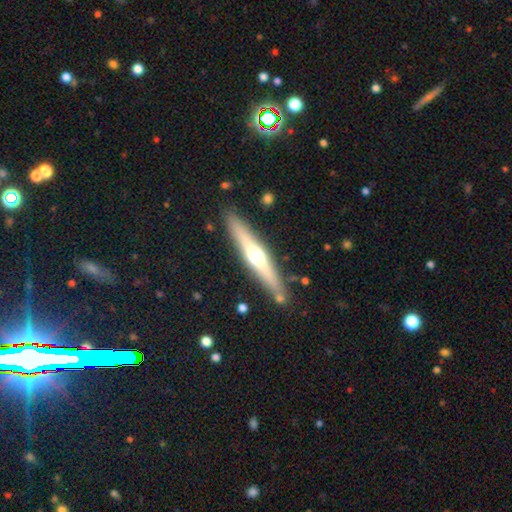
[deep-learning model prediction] Smooth or featured? Predicted: featured or disk (p=0.60). Edge-on disk? Predicted: yes (p=0.94). Edge-on bulge? Predicted: rounded (p=0.92). Merging? Predicted: none (p=0.85).